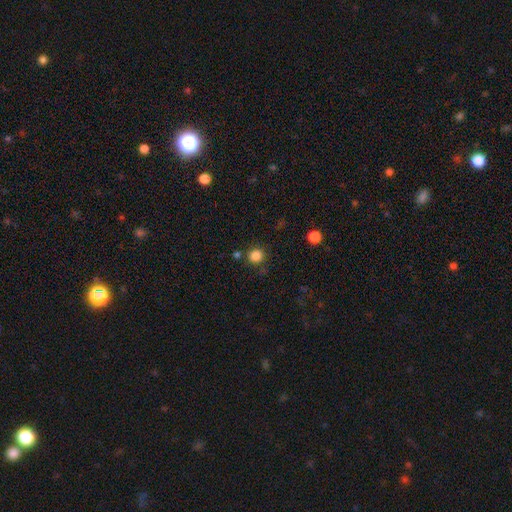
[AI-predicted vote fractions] Morphology: type=smooth (84%); roundness=round (90%); merging=none (82%).